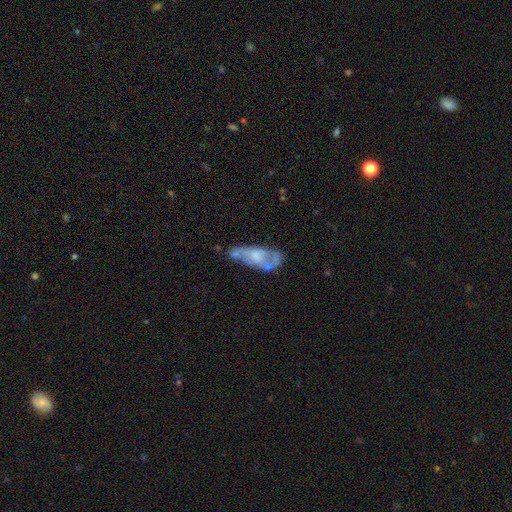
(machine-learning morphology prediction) Smooth or featured? featured or disk (59%)
Edge-on disk? no (84%)
Merging? none (44%)